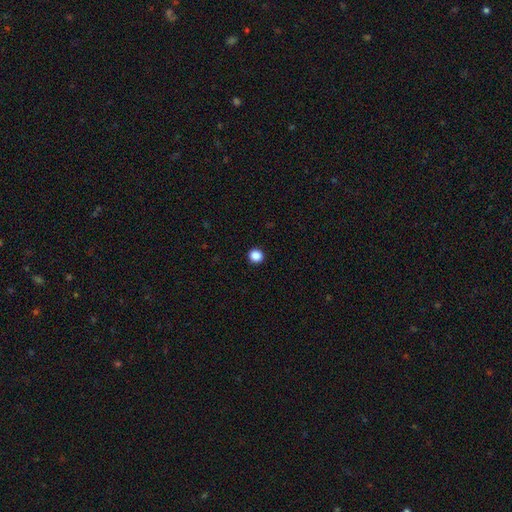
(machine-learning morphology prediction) smooth 88%, star or artifact 10%, featured or disk 2%. Down the decision tree: how rounded — round (94%); merging — none (94%).